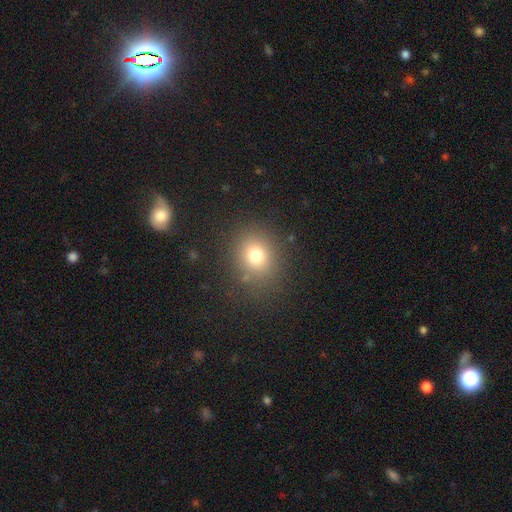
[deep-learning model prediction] A smooth galaxy with no disk features (75%) that is round (76%). Merging: none (83%).